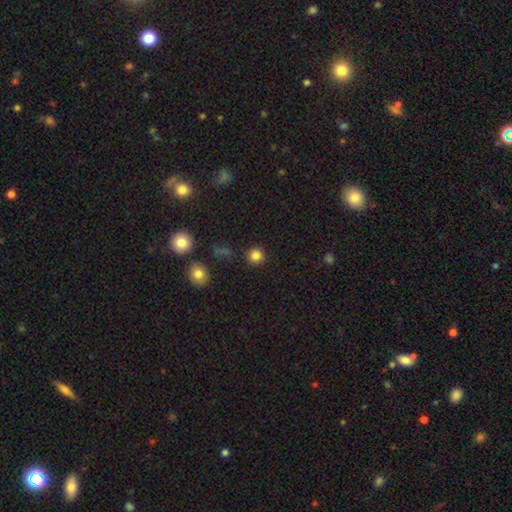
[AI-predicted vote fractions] Smooth or featured: smooth — 83% (star or artifact — 12%)
How rounded: round — 94% (in between — 5%)
Merging: none — 91% (minor disturbance — 5%)